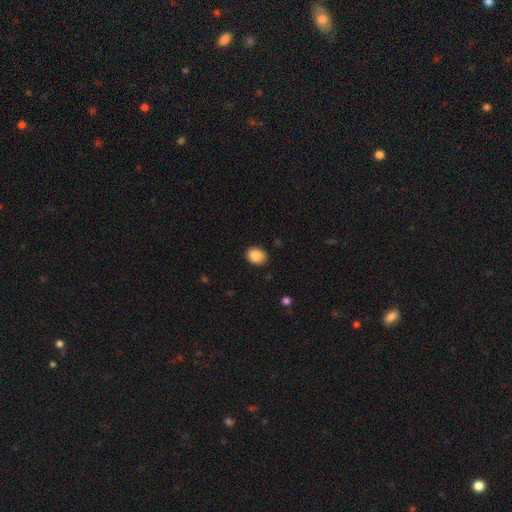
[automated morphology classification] Smooth or featured? smooth (88%)
How rounded? round (59%)
Merging? none (87%)